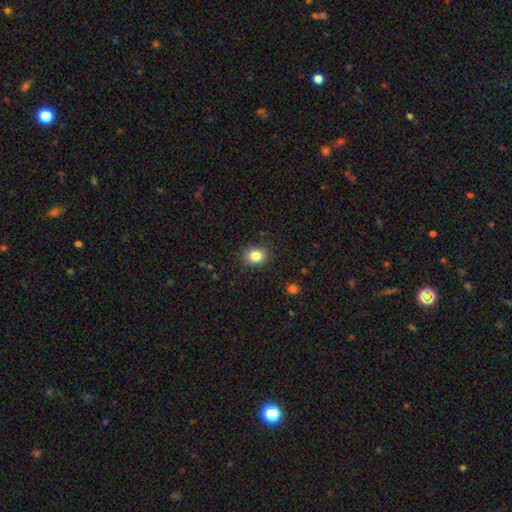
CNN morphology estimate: smooth 84%, star or artifact 10%, featured or disk 6%. Down the decision tree: how rounded — round (64%); merging — none (88%).